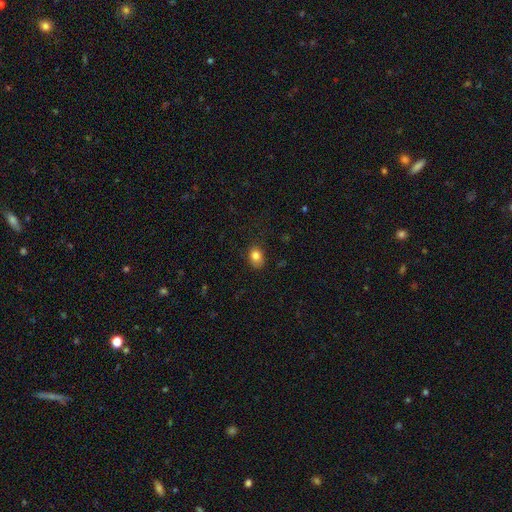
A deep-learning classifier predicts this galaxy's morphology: Smooth or featured? Predicted: smooth (p=0.82). How rounded? Predicted: in between (p=0.63). Merging? Predicted: none (p=0.76).